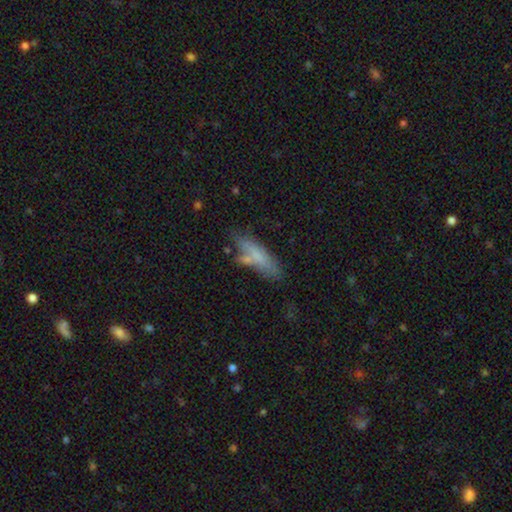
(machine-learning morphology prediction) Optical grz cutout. It shows a smooth galaxy with no disk features (68%) that is cigar-shaped (62%). Merging: none (55%).